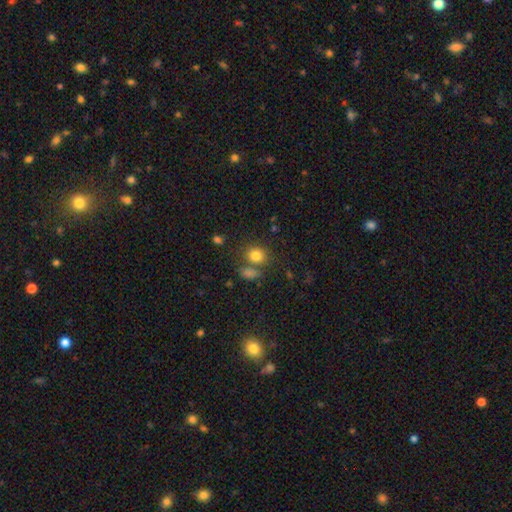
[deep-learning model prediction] Smooth or featured?
  - smooth: 80% *
  - star or artifact: 12%
  - featured or disk: 8%
How rounded?
  - round: 61% *
  - in between: 38%
  - cigar-shaped: 1%
Merging?
  - none: 63% *
  - merger: 21%
  - minor disturbance: 12%
  - major disturbance: 5%